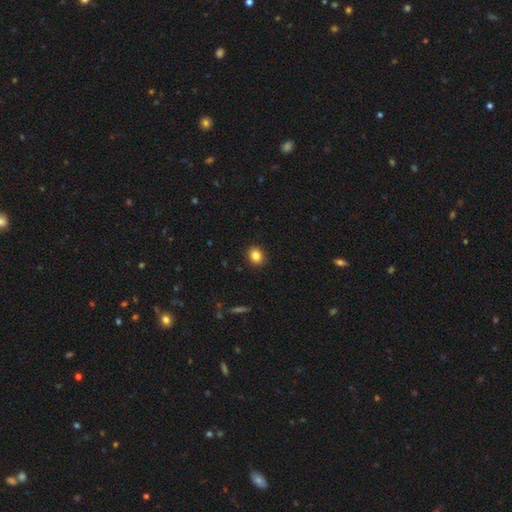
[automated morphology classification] The model was most divided on "how rounded": round: 61%, in between: 39%, cigar-shaped: 1%. More confident: merging — none (90%); smooth or featured — smooth (85%).